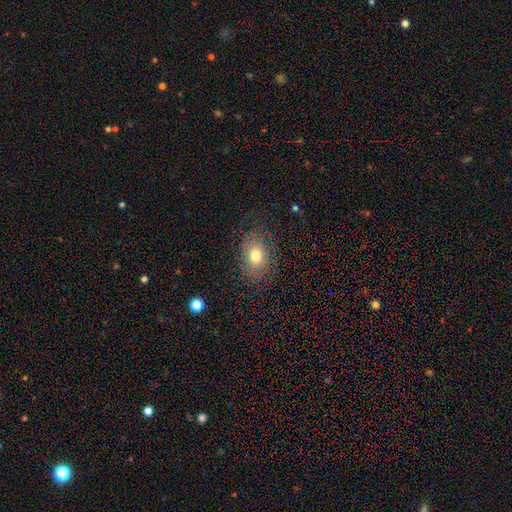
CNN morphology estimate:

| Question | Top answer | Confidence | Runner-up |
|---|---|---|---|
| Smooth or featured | smooth | 72% | featured or disk (15%) |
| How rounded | in between | 72% | round (26%) |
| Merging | none | 77% | minor disturbance (15%) |